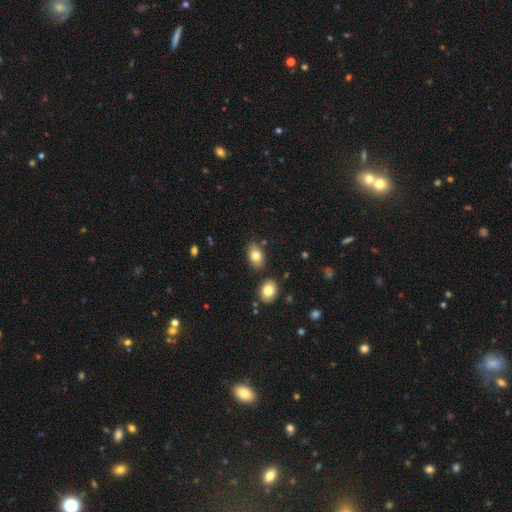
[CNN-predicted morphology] This is likely a smooth galaxy (80%). How rounded: clearly in between (86%). Merging: likely none (79%).